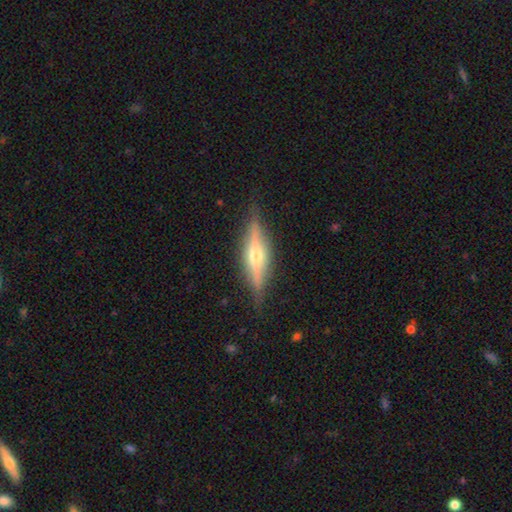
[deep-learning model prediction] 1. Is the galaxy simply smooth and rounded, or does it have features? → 75% featured or disk, 18% smooth, 6% star or artifact.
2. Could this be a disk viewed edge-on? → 95% yes, 5% no.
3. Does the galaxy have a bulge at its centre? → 88% rounded, 8% boxy, 5% none.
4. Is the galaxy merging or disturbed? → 86% none, 10% minor disturbance, 2% major disturbance, 1% merger.